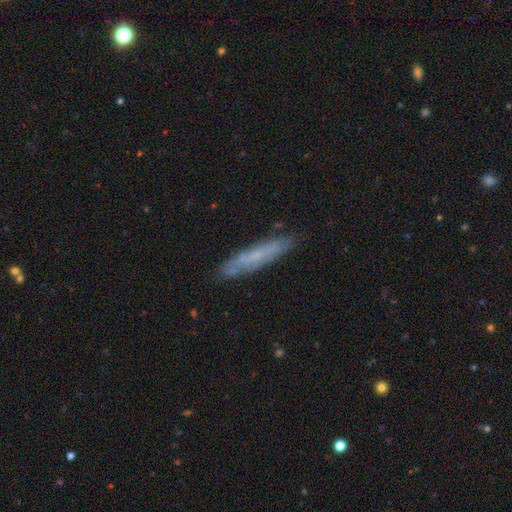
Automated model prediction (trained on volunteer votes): This is possibly a smooth galaxy (49%). Merging: clearly none (83%).